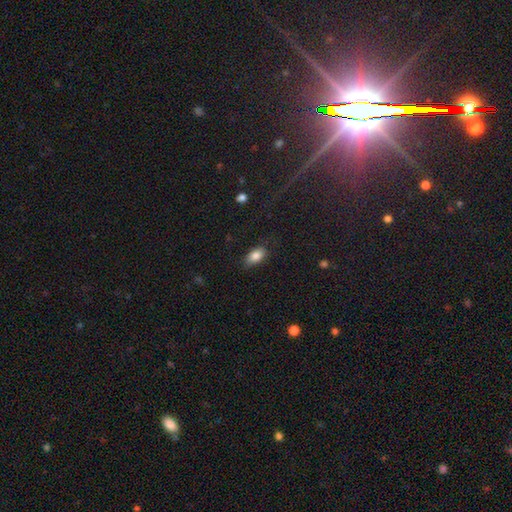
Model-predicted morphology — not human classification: A smooth galaxy with no disk features (84%) that is in between round and cigar-shaped (90%).

Vote fractions:
- Smooth or featured? smooth: 84% / featured or disk: 8% / star or artifact: 8%
- How rounded? in between: 90% / round: 6% / cigar-shaped: 5%
- Merging? none: 78% / minor disturbance: 17% / major disturbance: 4% / merger: 1%